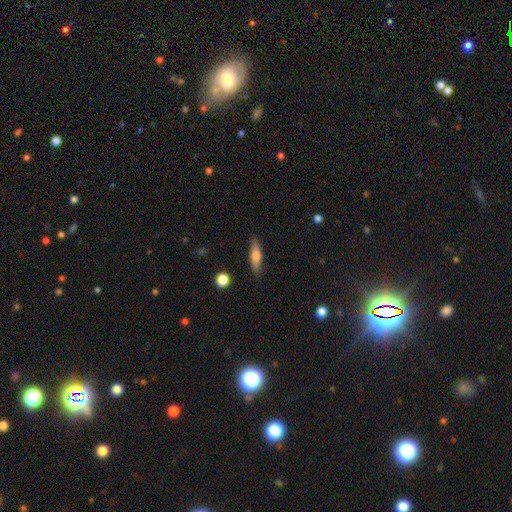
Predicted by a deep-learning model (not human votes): The model was most divided on "smooth or featured": smooth: 63%, featured or disk: 30%, star or artifact: 7%. More confident: merging — none (85%); how rounded — cigar-shaped (66%).